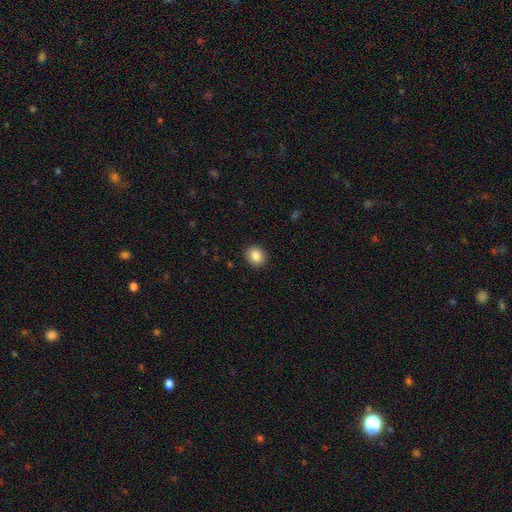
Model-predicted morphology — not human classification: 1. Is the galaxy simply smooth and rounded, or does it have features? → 86% smooth, 9% star or artifact, 5% featured or disk.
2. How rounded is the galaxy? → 70% round, 29% in between, 1% cigar-shaped.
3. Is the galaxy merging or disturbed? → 91% none, 6% minor disturbance, 2% major disturbance, 1% merger.